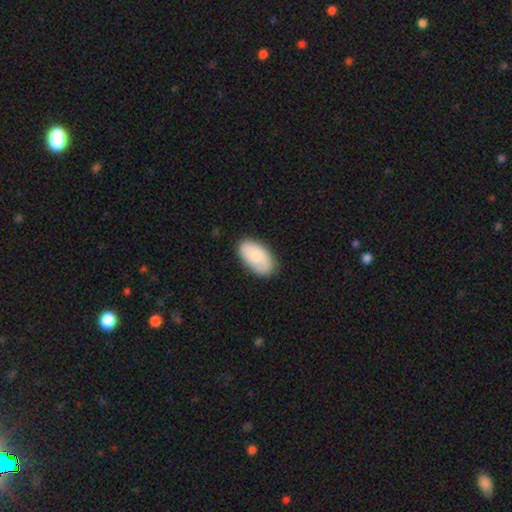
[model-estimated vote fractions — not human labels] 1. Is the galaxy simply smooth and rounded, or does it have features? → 80% smooth, 15% featured or disk, 6% star or artifact.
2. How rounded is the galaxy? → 95% in between, 3% round, 2% cigar-shaped.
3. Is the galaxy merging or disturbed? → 80% none, 16% minor disturbance, 3% major disturbance, 1% merger.